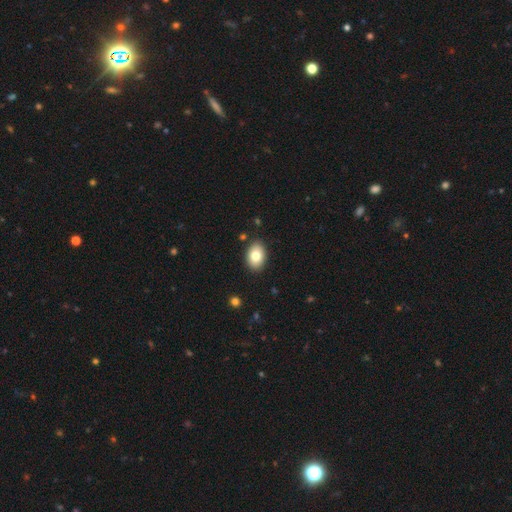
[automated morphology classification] smooth-or-featured: smooth: 79% | featured or disk: 13% | star or artifact: 8%
  how-rounded: in between: 83% | round: 16% | cigar-shaped: 1%
  merging: none: 88% | minor disturbance: 9% | major disturbance: 2% | merger: 2%